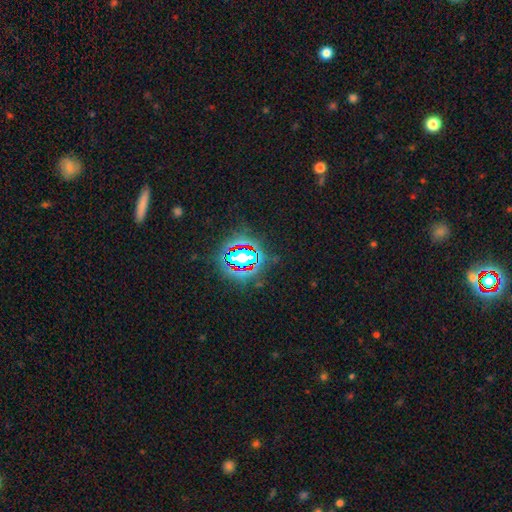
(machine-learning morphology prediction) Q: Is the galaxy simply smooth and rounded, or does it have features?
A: star or artifact — 81%.